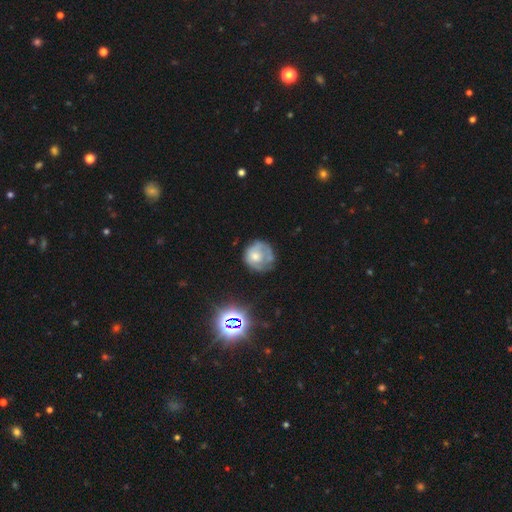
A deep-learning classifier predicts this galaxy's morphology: Smooth or featured? Predicted: smooth (p=0.47). Merging? Predicted: none (p=0.51).